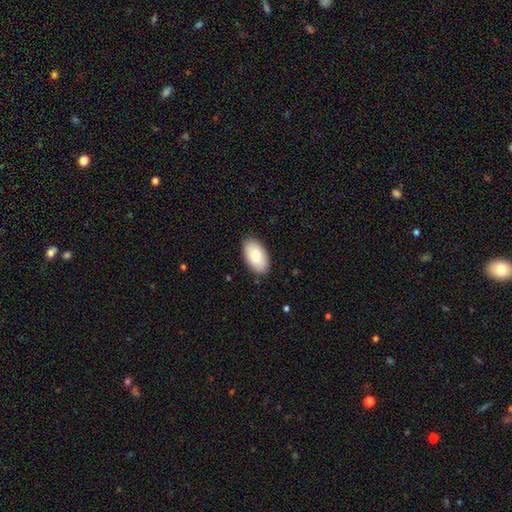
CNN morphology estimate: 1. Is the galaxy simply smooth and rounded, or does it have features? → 80% smooth, 14% featured or disk, 5% star or artifact.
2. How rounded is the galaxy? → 96% in between, 3% round, 2% cigar-shaped.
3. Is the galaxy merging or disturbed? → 87% none, 10% minor disturbance, 2% major disturbance, 1% merger.